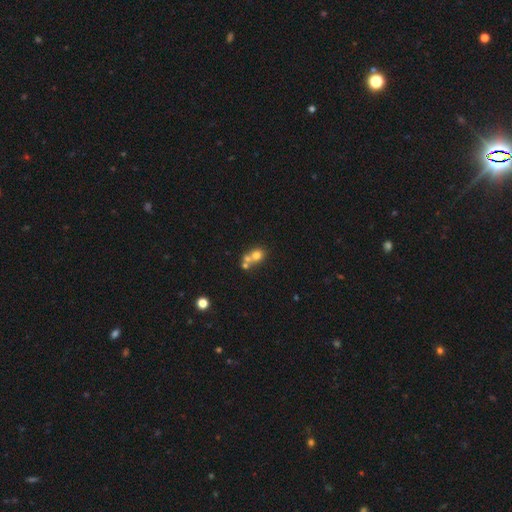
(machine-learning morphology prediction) Q: Smooth or featured?
A: smooth (68%); runner-up: featured or disk (18%)
Q: How rounded?
A: round (76%); runner-up: in between (23%)
Q: Merging?
A: merger (54%); runner-up: none (36%)